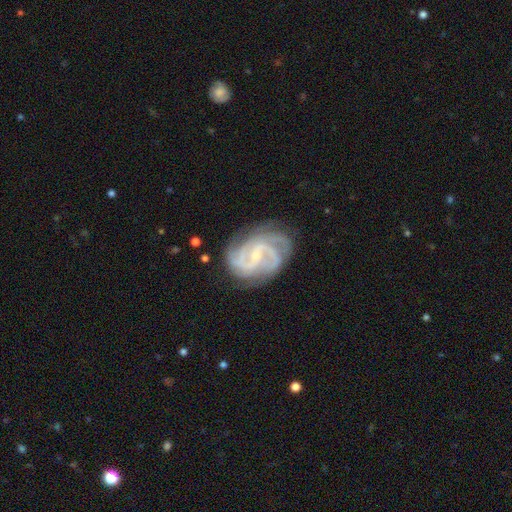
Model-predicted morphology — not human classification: Q: Smooth or featured?
A: featured or disk (90%); runner-up: star or artifact (5%)
Q: Edge-on disk?
A: no (98%); runner-up: yes (2%)
Q: Bar?
A: weak (50%); runner-up: no (32%)
Q: Spiral arms?
A: yes (98%); runner-up: no (2%)
Q: Spiral winding?
A: tight (48%); runner-up: medium (44%)
Q: Spiral arm count?
A: 3 (32%); runner-up: 2 (28%)
Q: Bulge size?
A: small (74%); runner-up: moderate (21%)
Q: Merging?
A: none (75%); runner-up: minor disturbance (17%)